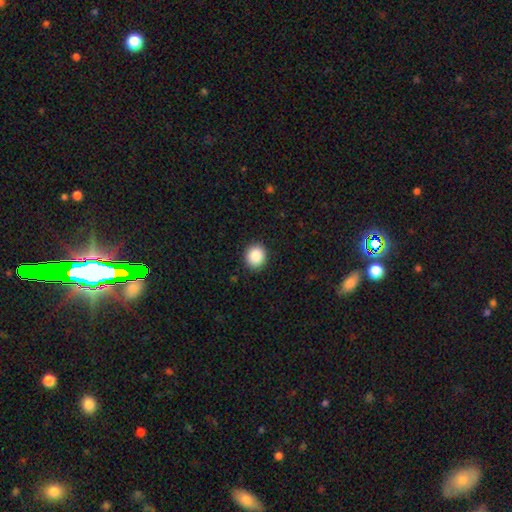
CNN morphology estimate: This appears to be a smooth galaxy with no disk features (89%) that is round (80%). Merging: none (91%).